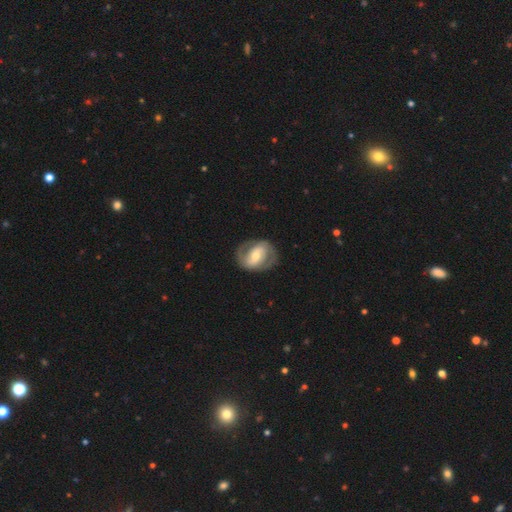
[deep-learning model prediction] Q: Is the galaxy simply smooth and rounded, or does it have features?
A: featured or disk — 73%.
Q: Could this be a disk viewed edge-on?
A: no — 96%.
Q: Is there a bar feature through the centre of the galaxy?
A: strong — 38%.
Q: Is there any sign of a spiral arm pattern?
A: yes — 77%.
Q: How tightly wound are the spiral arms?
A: medium — 45%.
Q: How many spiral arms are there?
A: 2 — 85%.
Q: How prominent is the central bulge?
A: moderate — 58%.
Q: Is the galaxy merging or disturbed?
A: none — 78%.